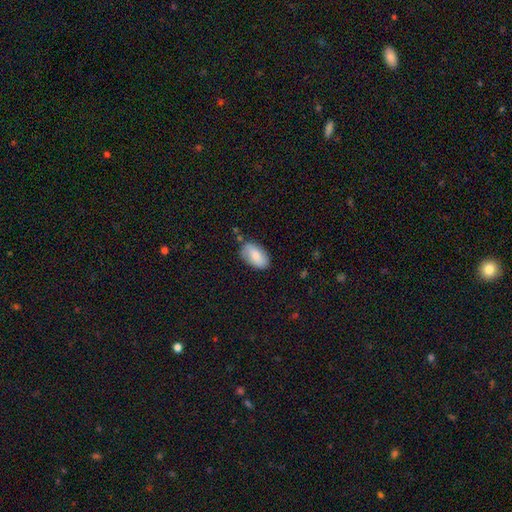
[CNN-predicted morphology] Smooth or featured?
  - smooth: 77% *
  - featured or disk: 17%
  - star or artifact: 7%
How rounded?
  - in between: 94% *
  - round: 4%
  - cigar-shaped: 2%
Merging?
  - none: 76% *
  - minor disturbance: 18%
  - major disturbance: 3%
  - merger: 2%